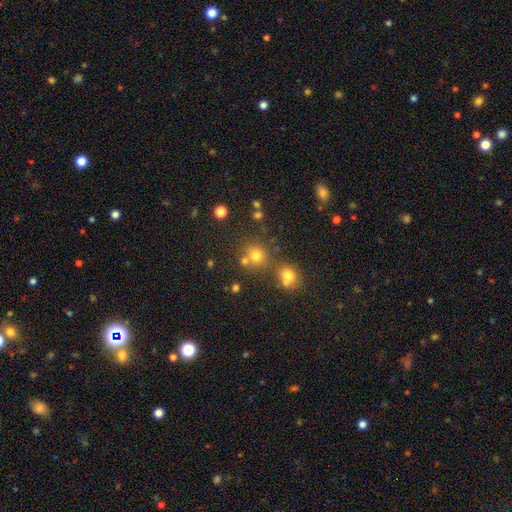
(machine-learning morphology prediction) smooth 72%, star or artifact 19%, featured or disk 9%. Down the decision tree: how rounded — round (87%); merging — none (65%).